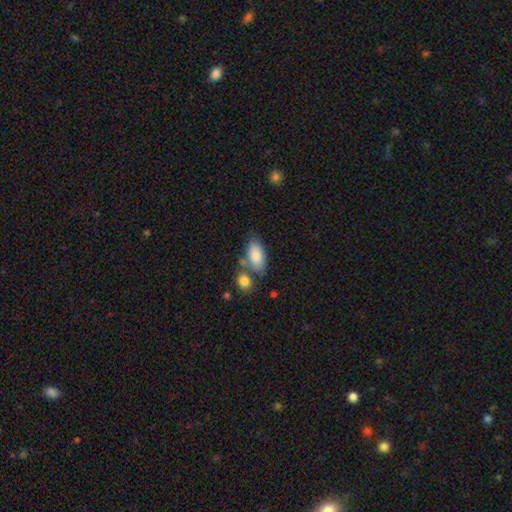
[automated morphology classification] This appears to be a smooth galaxy with no disk features (84%) that is in between round and cigar-shaped (92%). Merging: none (56%).